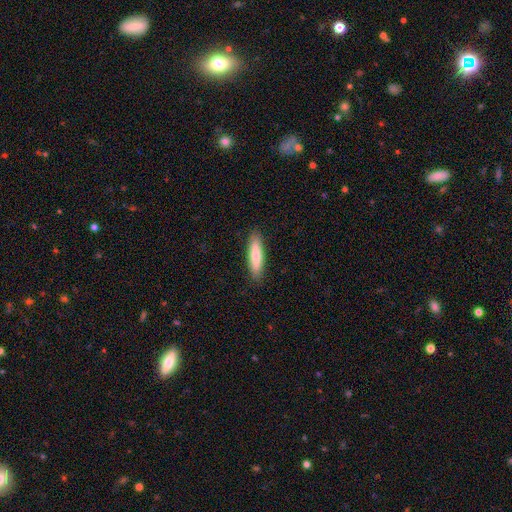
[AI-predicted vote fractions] This is likely a smooth galaxy (79%). How rounded: likely cigar-shaped (77%). Merging: clearly none (89%).